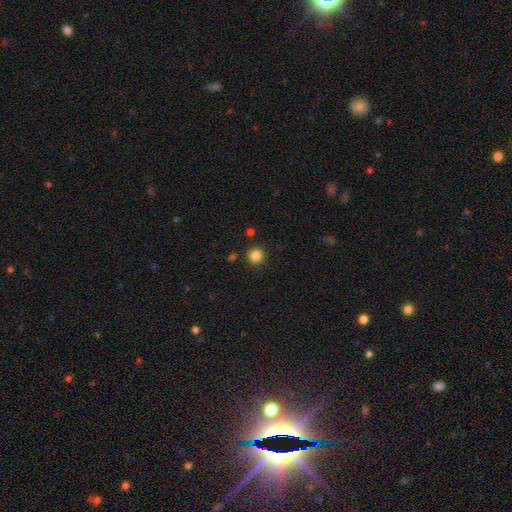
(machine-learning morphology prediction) smooth 85%, star or artifact 11%, featured or disk 4%. Down the decision tree: how rounded — round (95%); merging — none (90%).